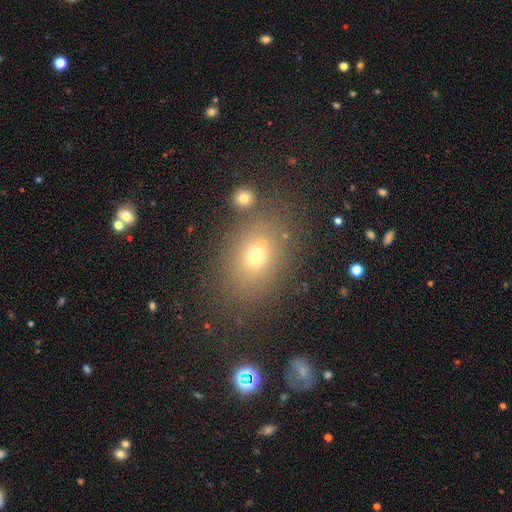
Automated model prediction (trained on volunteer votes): Q: Smooth or featured?
A: smooth (64%); runner-up: star or artifact (23%)
Q: How rounded?
A: in between (63%); runner-up: round (36%)
Q: Merging?
A: none (80%); runner-up: minor disturbance (10%)